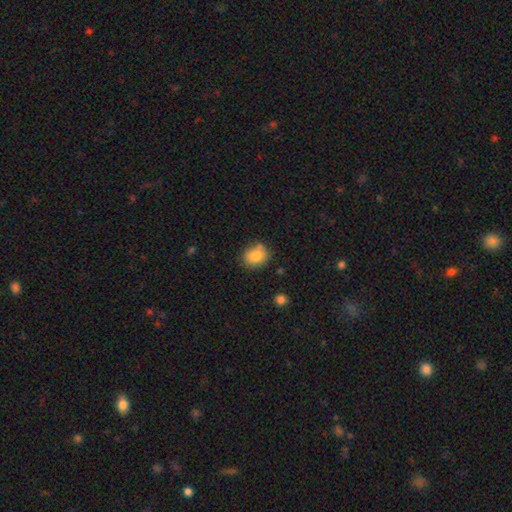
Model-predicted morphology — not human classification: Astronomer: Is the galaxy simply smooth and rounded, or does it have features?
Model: smooth — 84%.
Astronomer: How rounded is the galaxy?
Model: round — 51% (runner-up: in between, 48%).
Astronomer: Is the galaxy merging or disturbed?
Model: none — 72%.